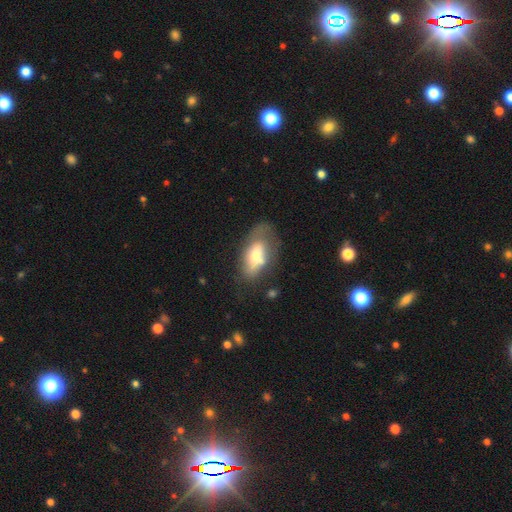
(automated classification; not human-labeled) Morphology: type=smooth (59%); roundness=in between (89%); merging=none (37%).